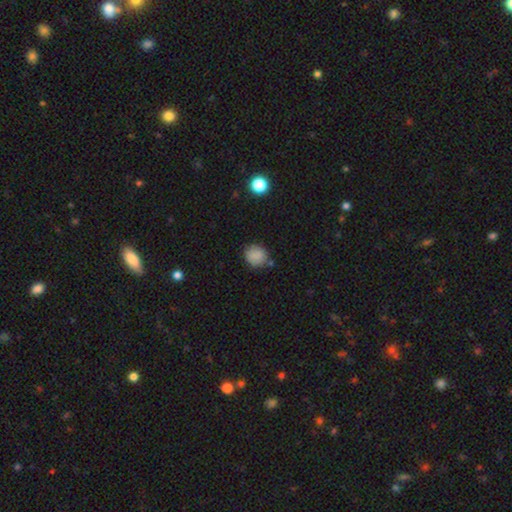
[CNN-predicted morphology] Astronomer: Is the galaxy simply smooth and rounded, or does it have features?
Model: smooth — 86%.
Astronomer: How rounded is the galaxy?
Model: round — 80%.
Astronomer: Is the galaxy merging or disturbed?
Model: none — 76%.